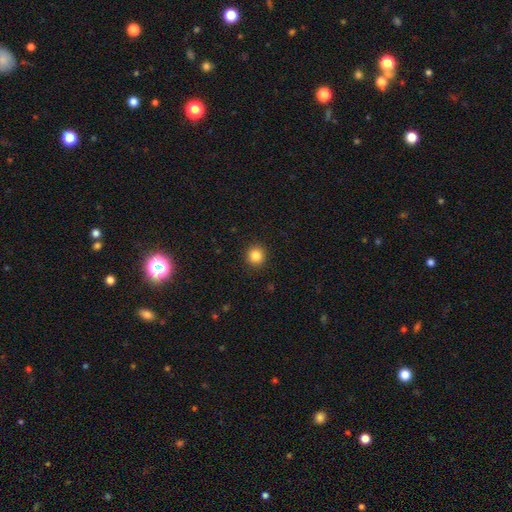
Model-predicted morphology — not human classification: type=smooth (85%); roundness=round (93%); merging=none (92%).